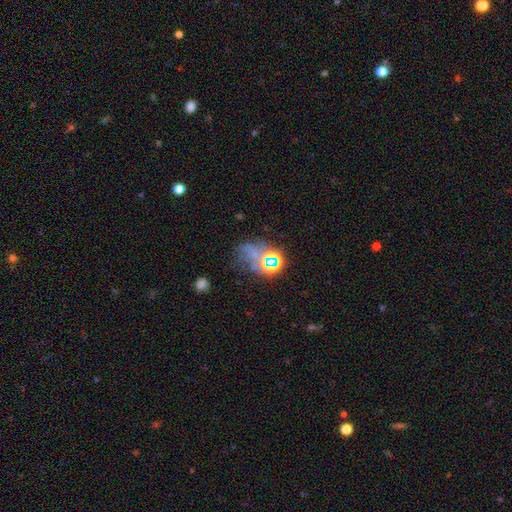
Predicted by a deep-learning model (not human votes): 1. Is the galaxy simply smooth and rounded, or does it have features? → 47% star or artifact, 26% smooth, 26% featured or disk.